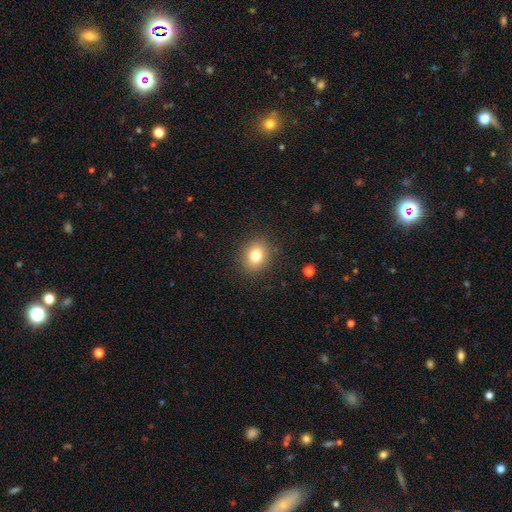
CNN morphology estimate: smooth 80%, star or artifact 11%, featured or disk 9%. Down the decision tree: how rounded — round (61%); merging — none (88%).